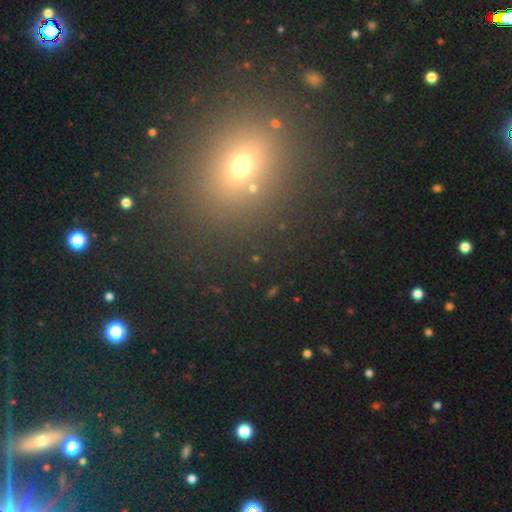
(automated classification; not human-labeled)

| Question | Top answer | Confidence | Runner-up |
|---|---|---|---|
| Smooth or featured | smooth | 46% | star or artifact (45%) |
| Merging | none | 85% | minor disturbance (8%) |